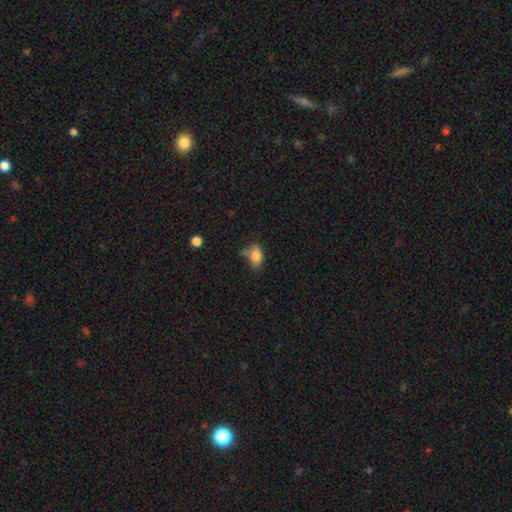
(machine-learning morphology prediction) This appears to be a smooth galaxy with no disk features (79%) that is in between round and cigar-shaped (87%). Merging: none (49%).